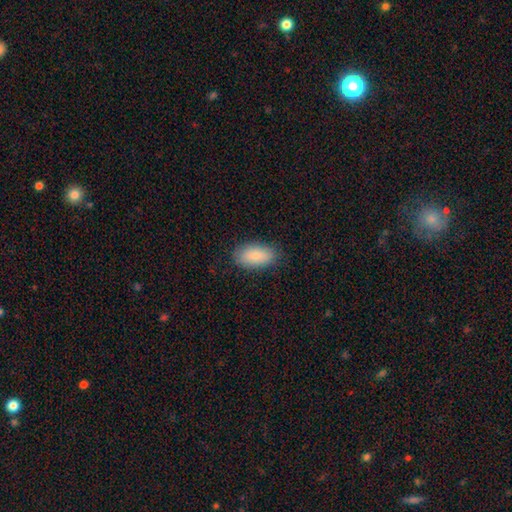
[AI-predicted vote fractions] Smooth or featured?
  - smooth: 86% *
  - featured or disk: 7%
  - star or artifact: 7%
How rounded?
  - in between: 93% *
  - cigar-shaped: 4%
  - round: 3%
Merging?
  - none: 85% *
  - minor disturbance: 12%
  - major disturbance: 3%
  - merger: 1%